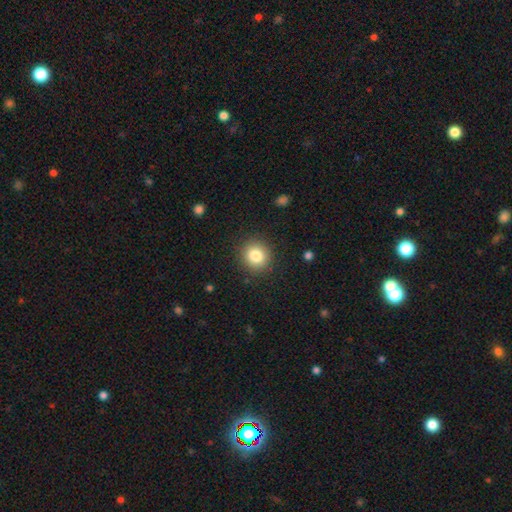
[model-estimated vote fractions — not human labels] Smooth or featured?
  - smooth: 83% *
  - star or artifact: 10%
  - featured or disk: 7%
How rounded?
  - round: 87% *
  - in between: 12%
  - cigar-shaped: 1%
Merging?
  - none: 89% *
  - minor disturbance: 7%
  - major disturbance: 3%
  - merger: 1%